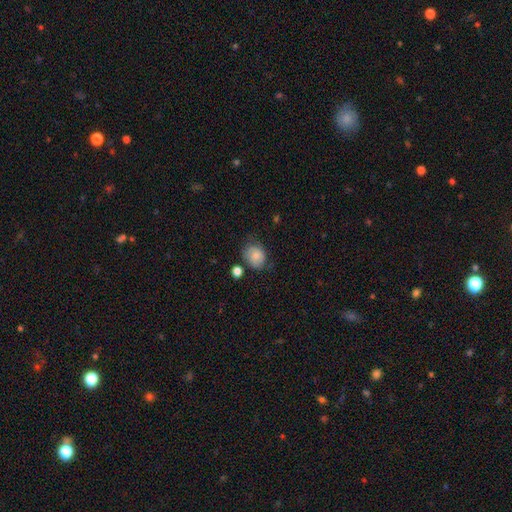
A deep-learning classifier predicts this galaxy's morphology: Q: Smooth or featured?
A: smooth (78%); runner-up: featured or disk (13%)
Q: How rounded?
A: round (63%); runner-up: in between (36%)
Q: Merging?
A: none (62%); runner-up: minor disturbance (25%)